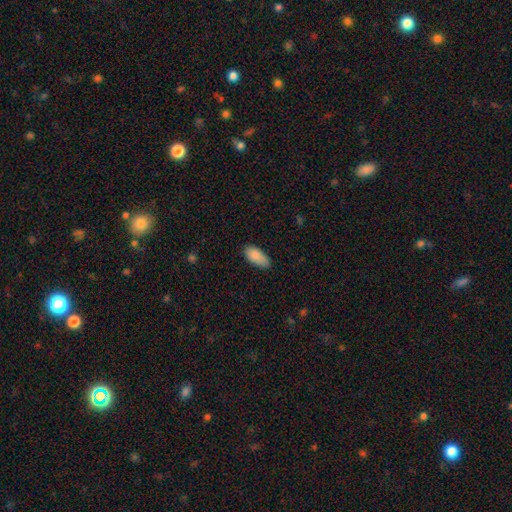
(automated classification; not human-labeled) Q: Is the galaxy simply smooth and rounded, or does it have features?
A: smooth — 88%.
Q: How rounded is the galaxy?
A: in between — 90%.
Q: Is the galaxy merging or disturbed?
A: none — 70%.